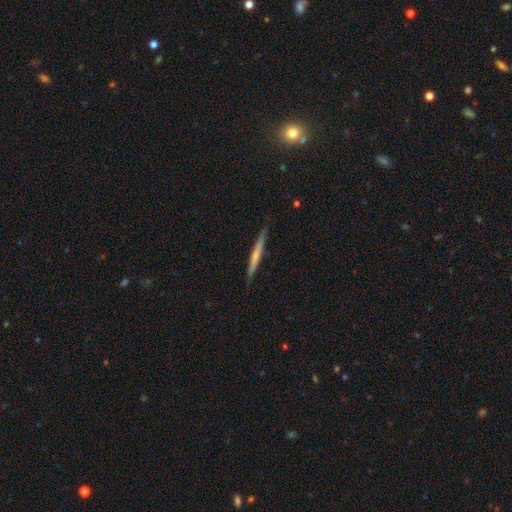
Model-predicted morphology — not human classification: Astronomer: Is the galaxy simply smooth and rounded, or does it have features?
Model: smooth — 48% (runner-up: featured or disk, 47%).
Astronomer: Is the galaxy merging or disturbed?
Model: none — 87%.